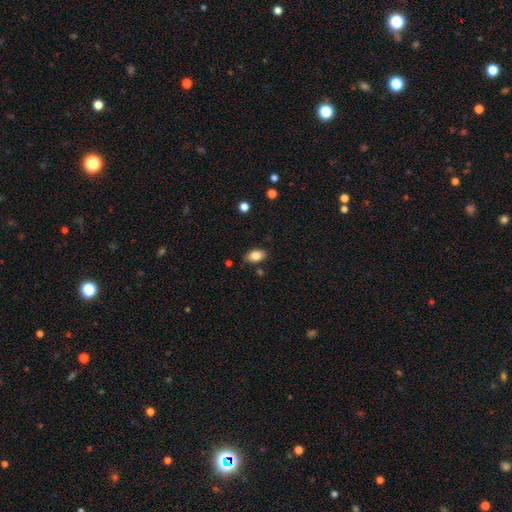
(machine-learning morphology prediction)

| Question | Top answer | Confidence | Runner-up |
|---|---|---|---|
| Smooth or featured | smooth | 83% | featured or disk (9%) |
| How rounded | in between | 91% | round (6%) |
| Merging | none | 84% | minor disturbance (11%) |